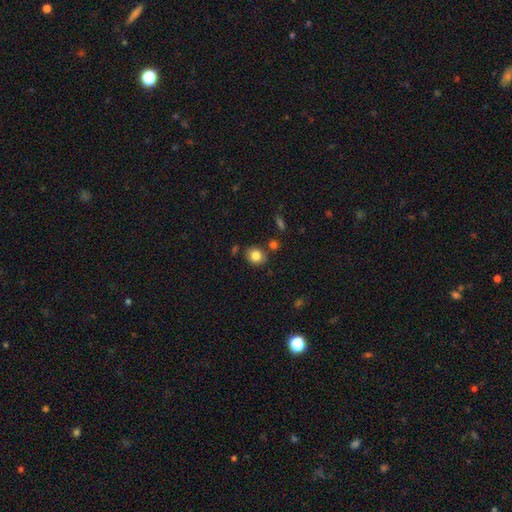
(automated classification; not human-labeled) Smooth or featured? Predicted: smooth (p=0.82). How rounded? Predicted: round (p=0.70). Merging? Predicted: none (p=0.80).